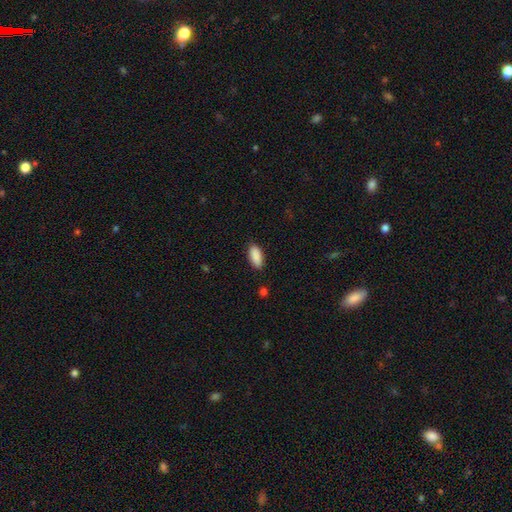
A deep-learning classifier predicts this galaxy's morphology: Smooth or featured? Predicted: smooth (p=0.90). How rounded? Predicted: in between (p=0.86). Merging? Predicted: none (p=0.87).